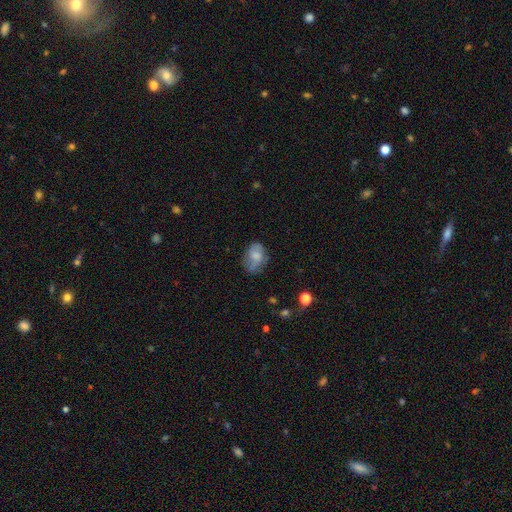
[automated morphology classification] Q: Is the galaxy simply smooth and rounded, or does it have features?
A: smooth — 65%.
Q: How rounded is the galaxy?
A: in between — 77%.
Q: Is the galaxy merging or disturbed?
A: none — 54%.